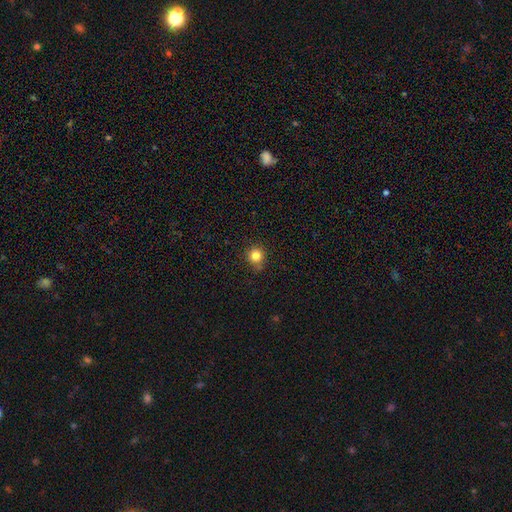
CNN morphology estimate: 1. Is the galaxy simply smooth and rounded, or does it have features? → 82% smooth, 13% star or artifact, 5% featured or disk.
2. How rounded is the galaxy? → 92% round, 7% in between, 1% cigar-shaped.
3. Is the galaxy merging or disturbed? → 82% none, 12% minor disturbance, 3% merger, 3% major disturbance.